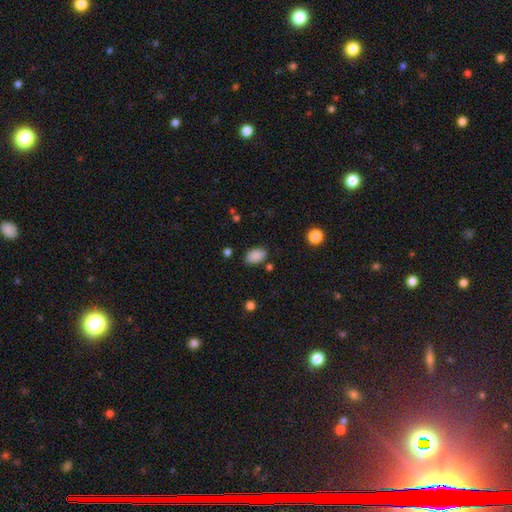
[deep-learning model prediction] Morphology: type=smooth (88%); roundness=in between (90%); merging=none (82%).